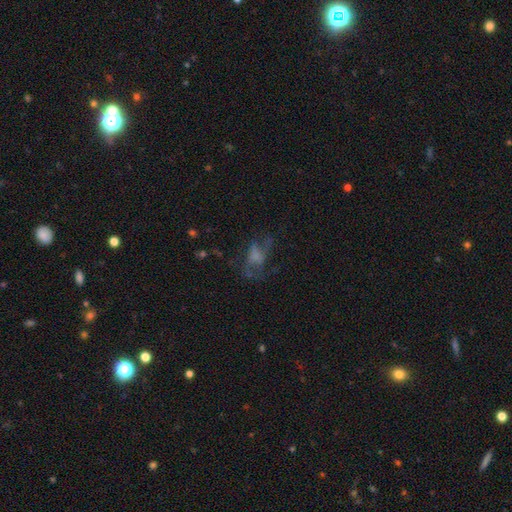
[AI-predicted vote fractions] Smooth or featured: featured or disk — 45% (smooth — 34%)
Merging: none — 42% (major disturbance — 37%)